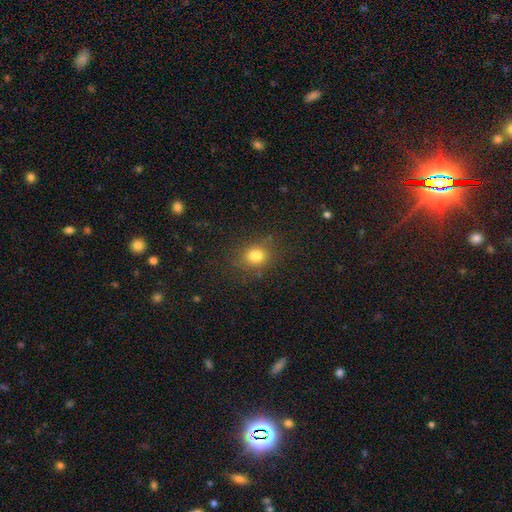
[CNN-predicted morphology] Smooth or featured? Predicted: smooth (p=0.80). How rounded? Predicted: round (p=0.72). Merging? Predicted: none (p=0.82).